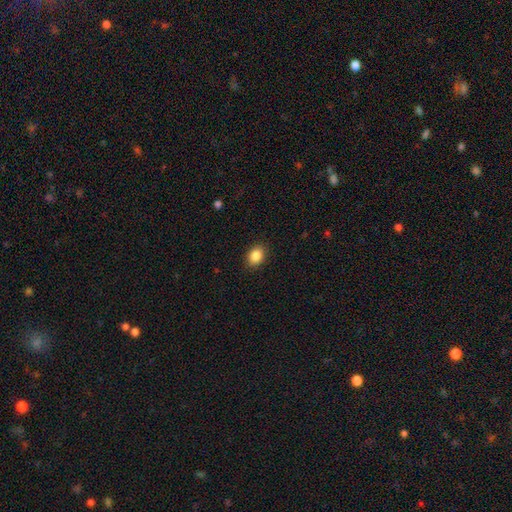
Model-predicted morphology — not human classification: smooth_or_featured: smooth (p=0.87) [alt: star or artifact p=0.09]
how_rounded: in between (p=0.67) [alt: round p=0.32]
merging: none (p=0.89) [alt: minor disturbance p=0.08]